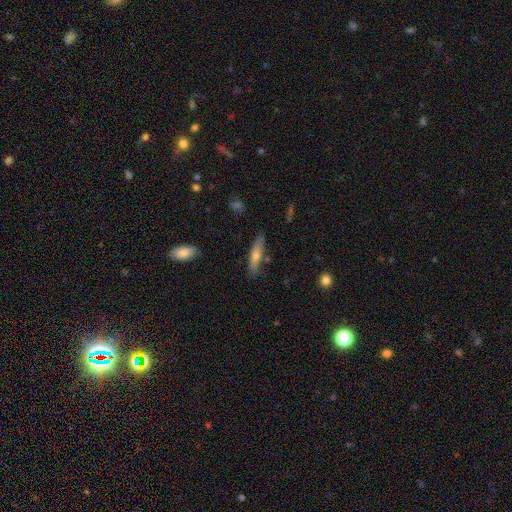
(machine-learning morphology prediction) smooth-or-featured: smooth: 60% | featured or disk: 33% | star or artifact: 7%
  how-rounded: cigar-shaped: 80% | in between: 18% | round: 2%
  merging: none: 82% | minor disturbance: 13% | merger: 3% | major disturbance: 2%